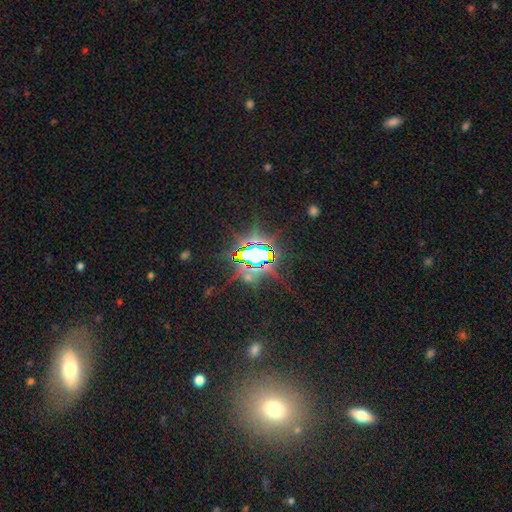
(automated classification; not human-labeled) Smooth or featured: star or artifact — 81% (featured or disk — 10%)